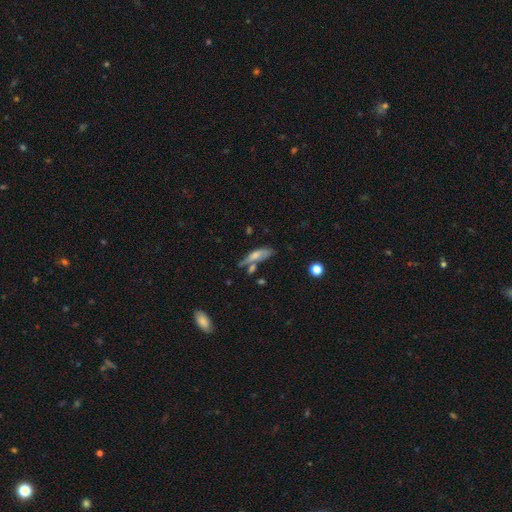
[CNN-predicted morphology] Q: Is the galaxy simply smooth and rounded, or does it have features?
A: smooth — 59%.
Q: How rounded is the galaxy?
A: cigar-shaped — 55%.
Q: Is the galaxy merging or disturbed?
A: none — 46%.